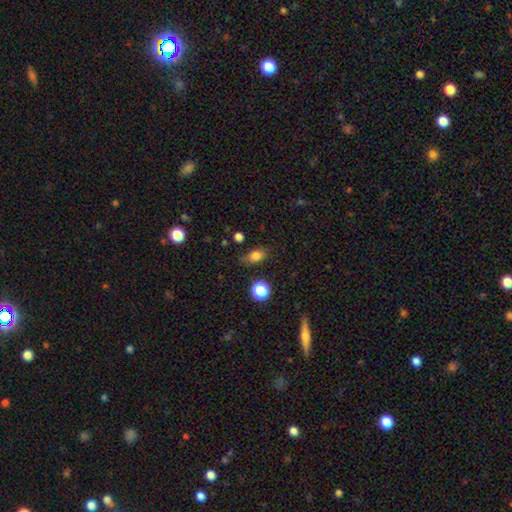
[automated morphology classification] type=smooth (80%); roundness=in between (72%); merging=none (71%).